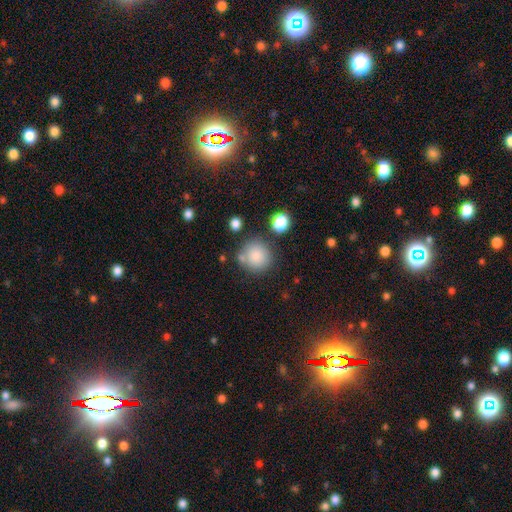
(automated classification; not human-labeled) A smooth galaxy with no disk features (83%) that is round (92%). Merging: none (72%).